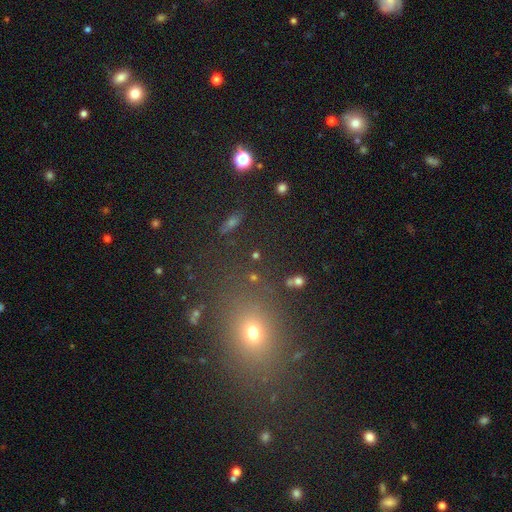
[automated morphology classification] Q: Smooth or featured?
A: smooth (53%); runner-up: star or artifact (29%)
Q: How rounded?
A: in between (47%); runner-up: round (38%)
Q: Merging?
A: none (79%); runner-up: minor disturbance (10%)